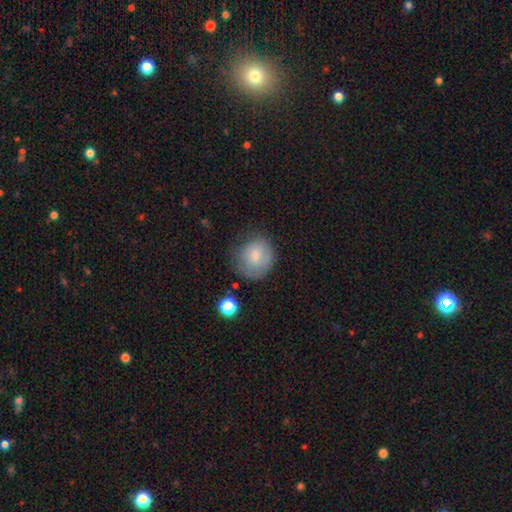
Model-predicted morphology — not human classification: Overall: smooth (71%). How rounded: round (82%). Merging: none (64%; minor disturbance 24%).